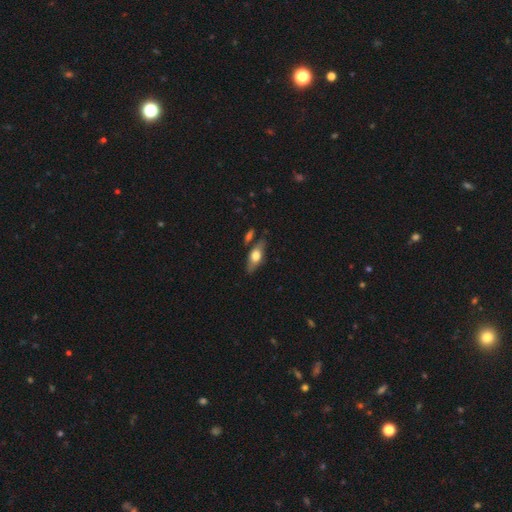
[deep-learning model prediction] Morphology: type=smooth (51%); roundness=in between (66%); merging=none (77%).